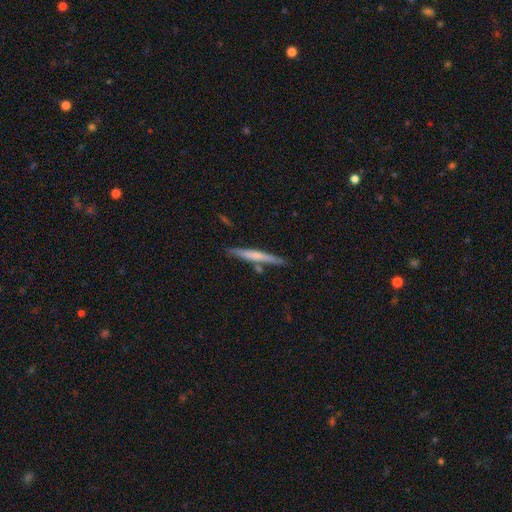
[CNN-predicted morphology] This appears to be a smooth galaxy with no disk features (50%) that is cigar-shaped (95%). Merging: none (81%).